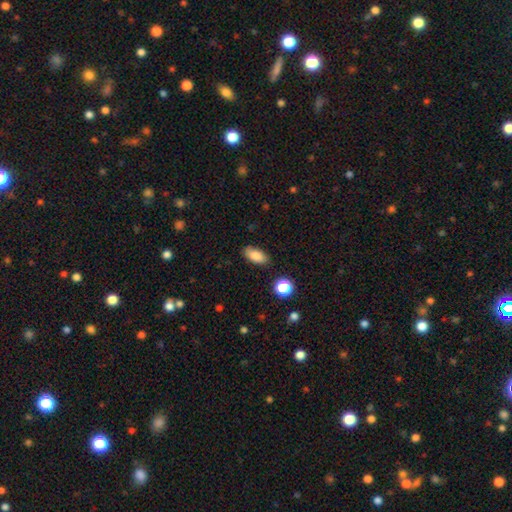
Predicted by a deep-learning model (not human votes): Smooth or featured: smooth — 85% (star or artifact — 8%)
How rounded: in between — 89% (cigar-shaped — 6%)
Merging: none — 85% (minor disturbance — 10%)